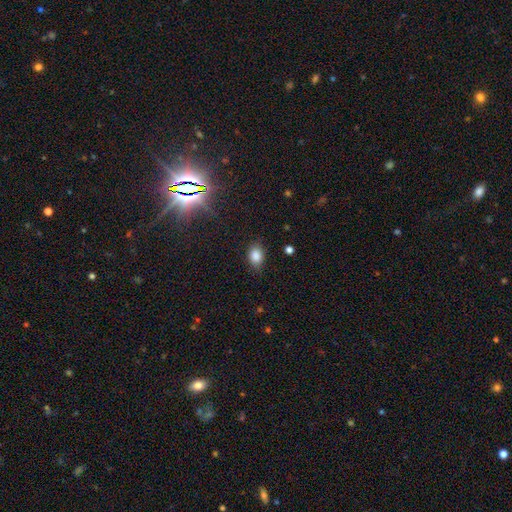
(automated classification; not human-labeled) Smooth or featured? Predicted: smooth (p=0.83). How rounded? Predicted: in between (p=0.75). Merging? Predicted: none (p=0.81).